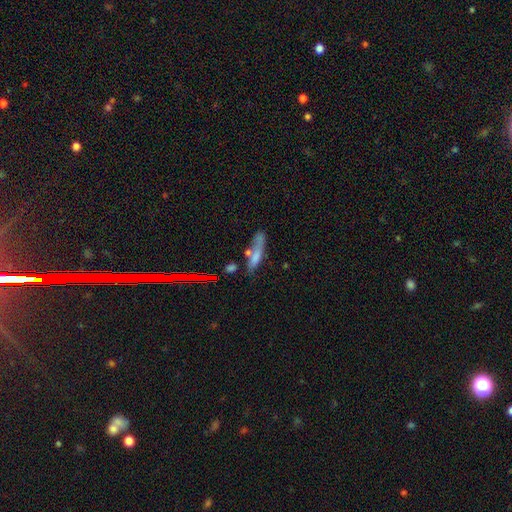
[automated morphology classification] Smooth or featured?
  - smooth: 66% *
  - featured or disk: 23%
  - star or artifact: 11%
How rounded?
  - cigar-shaped: 76% *
  - in between: 21%
  - round: 3%
Merging?
  - none: 47% *
  - minor disturbance: 22%
  - merger: 19%
  - major disturbance: 11%